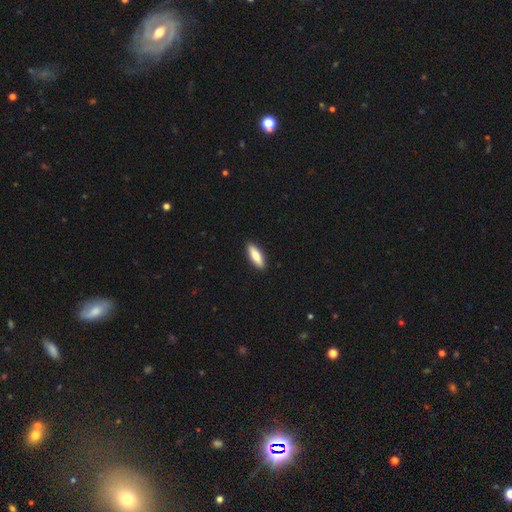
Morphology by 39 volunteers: This is clearly a smooth galaxy (82%). How rounded: likely cigar-shaped (72%). Merging: clearly none (89%).